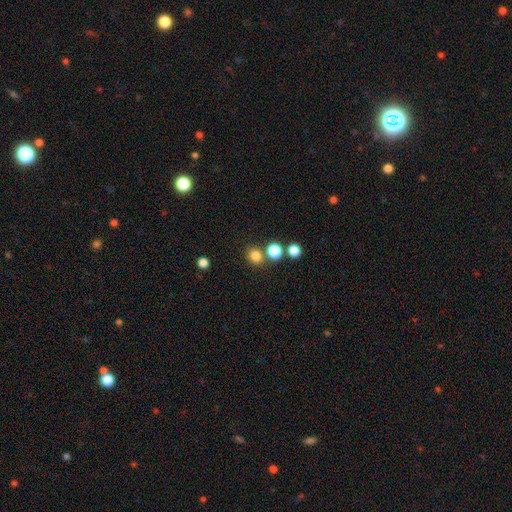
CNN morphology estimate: Q: Smooth or featured?
A: smooth (81%); runner-up: star or artifact (14%)
Q: How rounded?
A: round (76%); runner-up: in between (24%)
Q: Merging?
A: none (68%); runner-up: merger (20%)